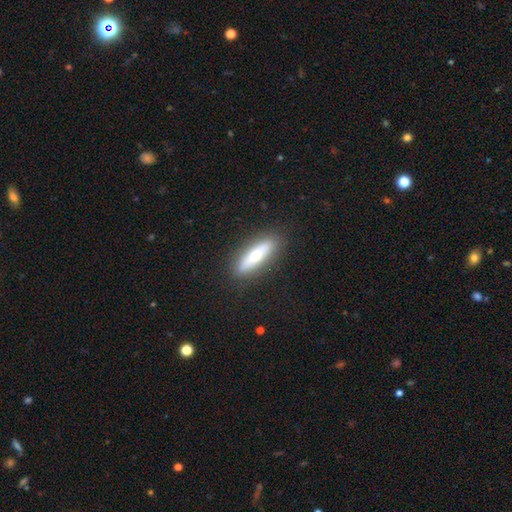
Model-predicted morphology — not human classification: A smooth galaxy with no disk features (52%) that is cigar-shaped (60%). Merging: none (88%).